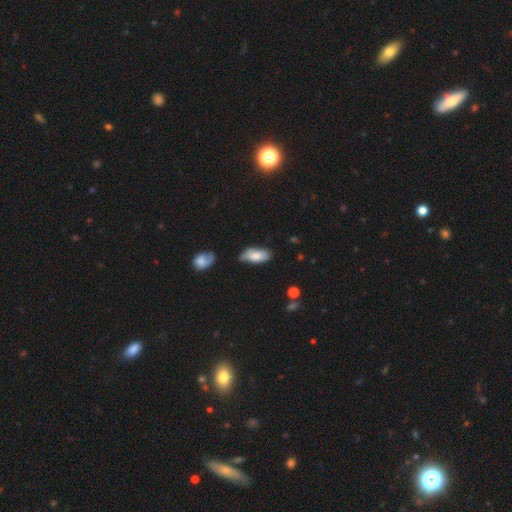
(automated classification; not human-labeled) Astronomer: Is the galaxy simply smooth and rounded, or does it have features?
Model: smooth — 77%.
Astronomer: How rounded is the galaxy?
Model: in between — 88%.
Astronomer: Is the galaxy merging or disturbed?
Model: none — 62%.